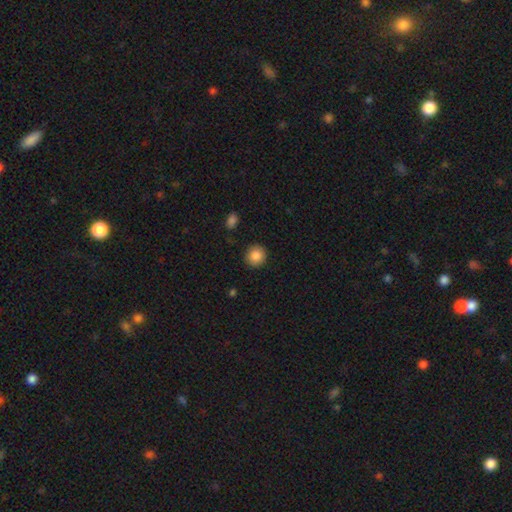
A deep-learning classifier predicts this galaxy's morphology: type=smooth (87%); roundness=round (90%); merging=none (90%).